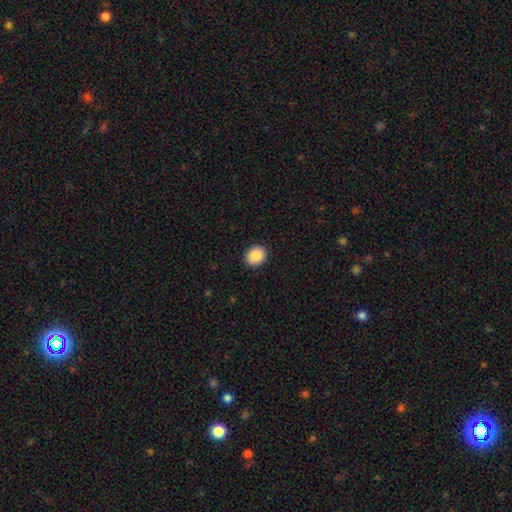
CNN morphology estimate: smooth 87%, star or artifact 8%, featured or disk 5%. Down the decision tree: how rounded — in between (50%); merging — none (91%).